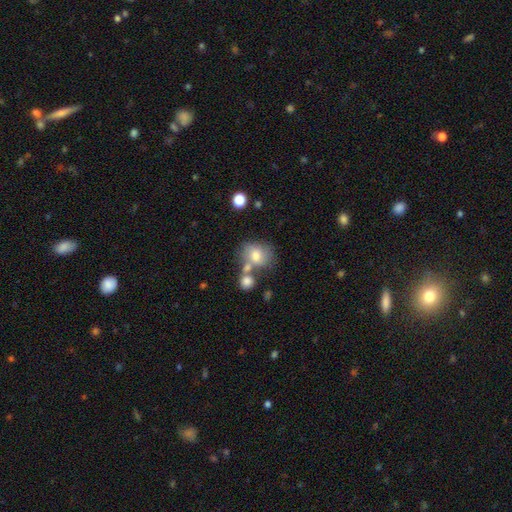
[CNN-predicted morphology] The model was most divided on "how rounded": round: 54%, in between: 45%, cigar-shaped: 1%. Remaining: smooth or featured — smooth (71%); merging — none (45%).